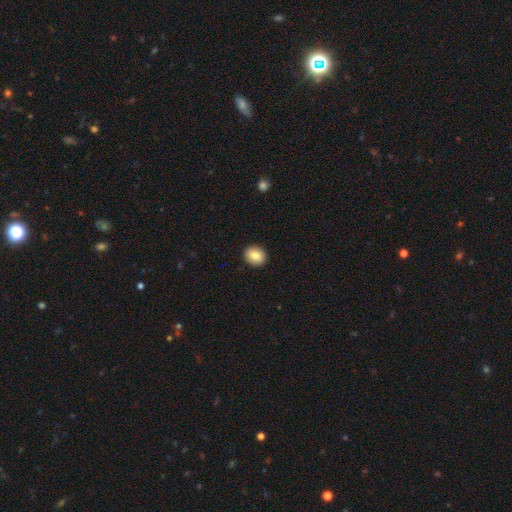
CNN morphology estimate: smooth_or_featured: smooth (p=0.85) [alt: star or artifact p=0.08]
how_rounded: round (p=0.70) [alt: in between p=0.29]
merging: none (p=0.92) [alt: minor disturbance p=0.06]